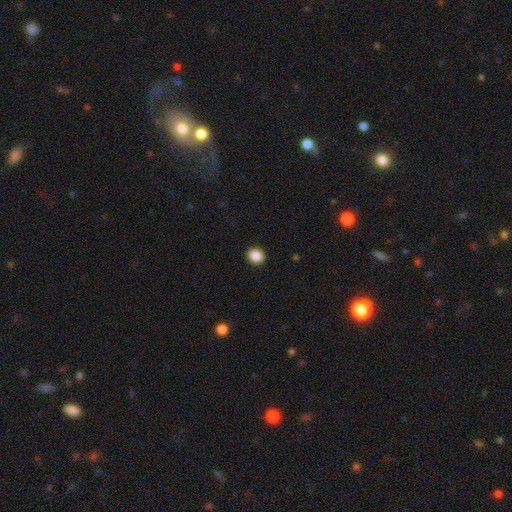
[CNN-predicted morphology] This appears to be a smooth galaxy with no disk features (88%) that is round (74%). Merging: none (92%).